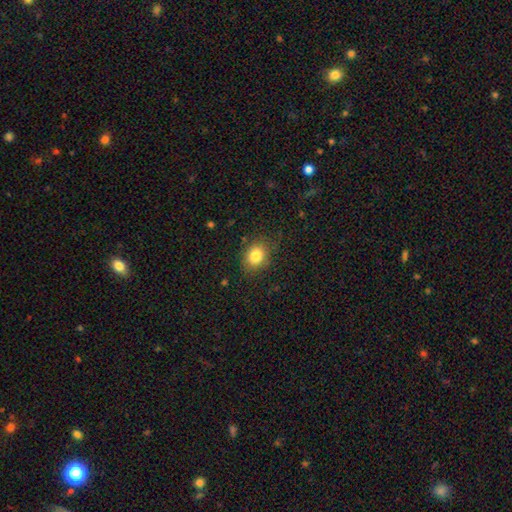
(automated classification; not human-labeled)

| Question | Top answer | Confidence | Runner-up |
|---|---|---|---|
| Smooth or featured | smooth | 83% | star or artifact (10%) |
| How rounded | in between | 50% | round (49%) |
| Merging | none | 80% | minor disturbance (14%) |